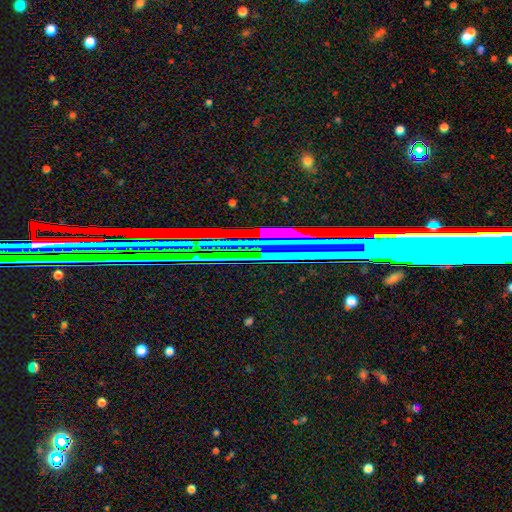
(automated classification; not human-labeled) Overall: star or artifact (66%).